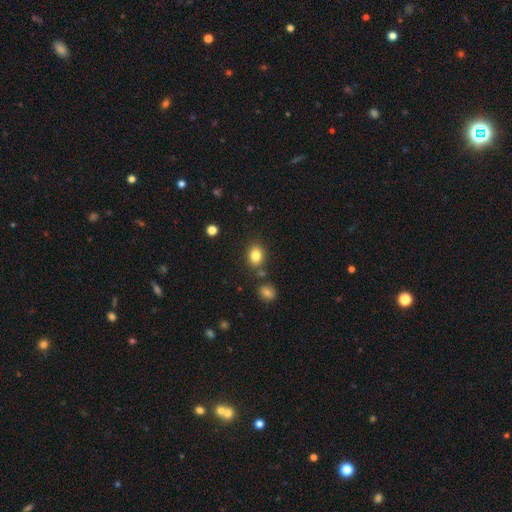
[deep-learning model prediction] Smooth or featured? smooth (83%)
How rounded? in between (53%)
Merging? none (79%)